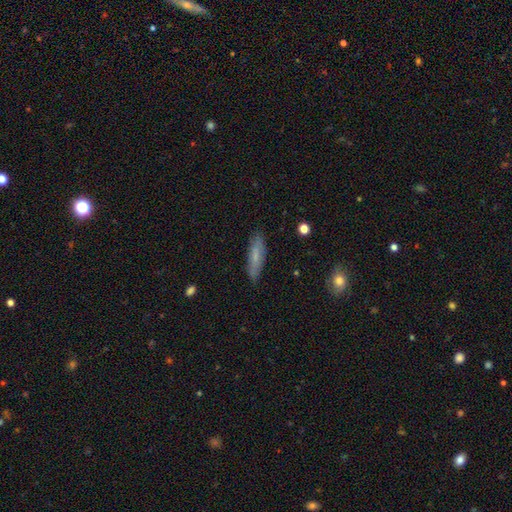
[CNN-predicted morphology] type=smooth (63%); roundness=cigar-shaped (65%); merging=none (83%).